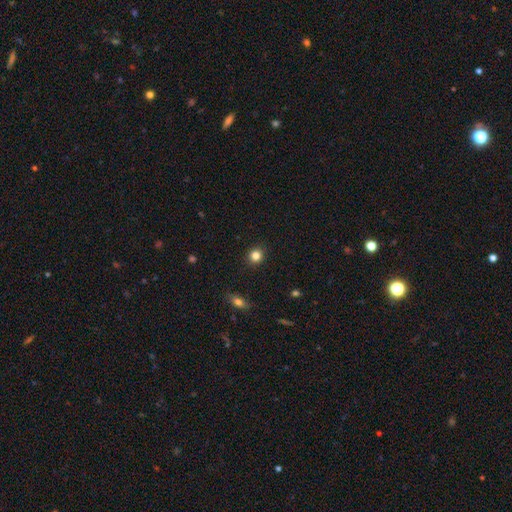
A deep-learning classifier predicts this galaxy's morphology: The model was most divided on "smooth or featured": smooth: 82%, star or artifact: 12%, featured or disk: 5%. More confident: merging — none (91%); how rounded — round (88%).